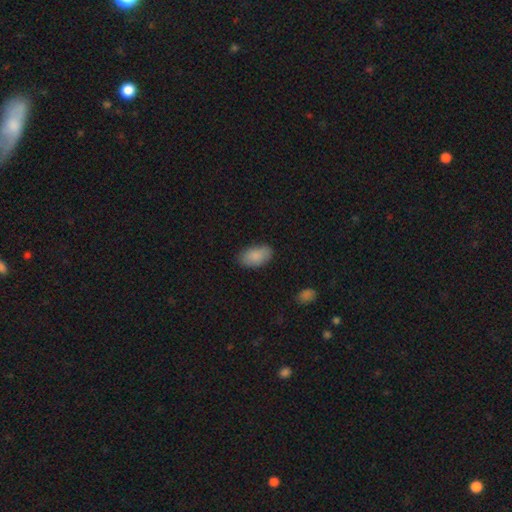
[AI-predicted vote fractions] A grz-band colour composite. It shows a smooth galaxy with no disk features (87%) that is in between round and cigar-shaped (94%). Merging: none (81%).